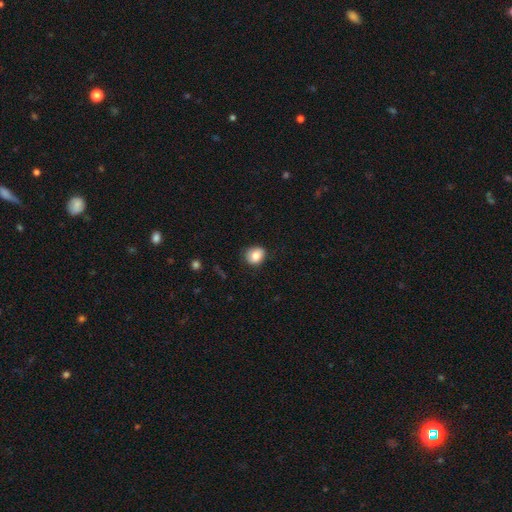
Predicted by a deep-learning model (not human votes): Morphology: type=smooth (82%); roundness=round (64%); merging=none (79%).